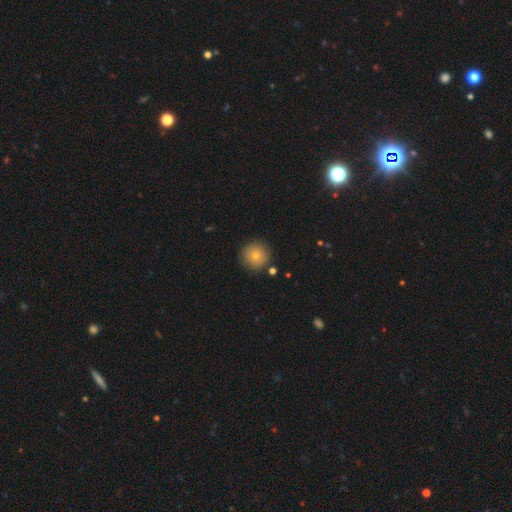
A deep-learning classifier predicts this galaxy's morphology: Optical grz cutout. It shows a smooth galaxy with no disk features (78%) that is round (95%). Merging: none (87%).